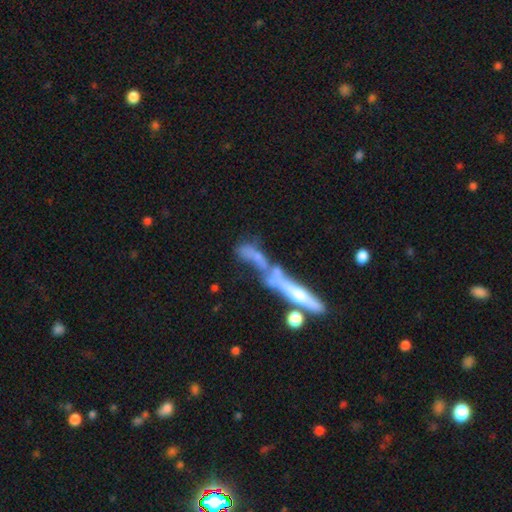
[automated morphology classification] Smooth or featured? featured or disk (48%)
Merging? merger (49%)